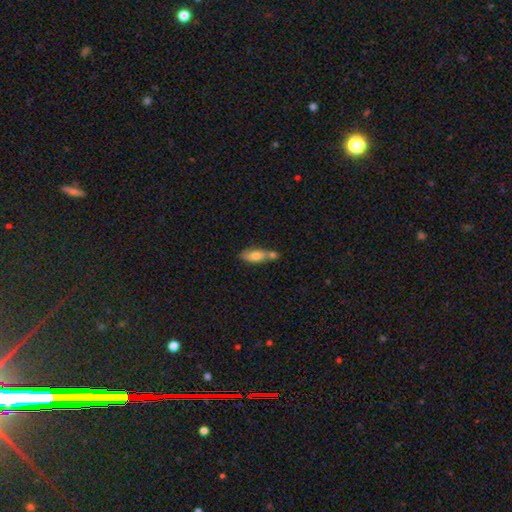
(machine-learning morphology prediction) Smooth or featured? smooth (69%)
How rounded? in between (72%)
Merging? none (45%)